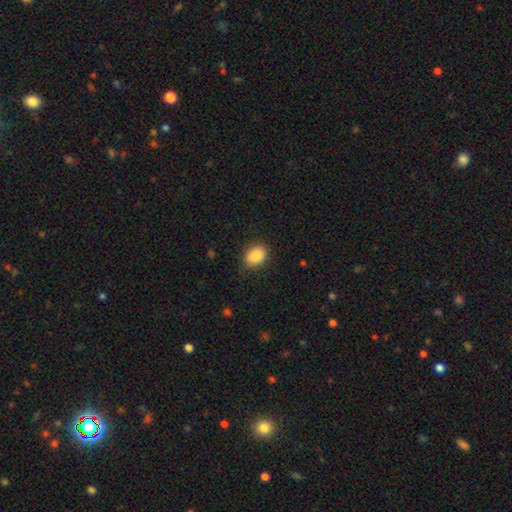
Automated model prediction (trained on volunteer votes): This appears to be a smooth galaxy with no disk features (89%) that is in between round and cigar-shaped (71%). Merging: none (83%).